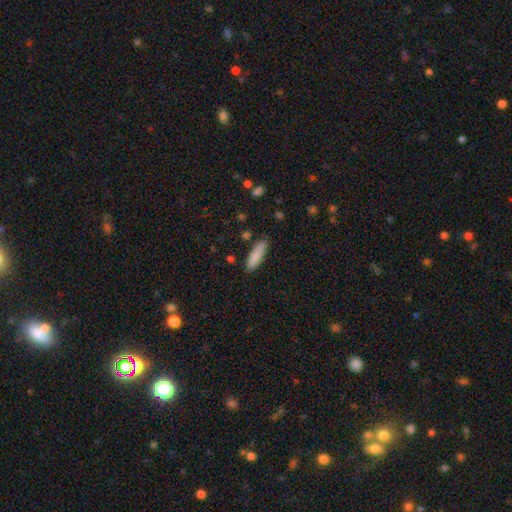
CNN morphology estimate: Smooth or featured?
  - smooth: 86% *
  - featured or disk: 7%
  - star or artifact: 7%
How rounded?
  - cigar-shaped: 57% *
  - in between: 42%
  - round: 2%
Merging?
  - none: 84% *
  - minor disturbance: 12%
  - major disturbance: 2%
  - merger: 2%